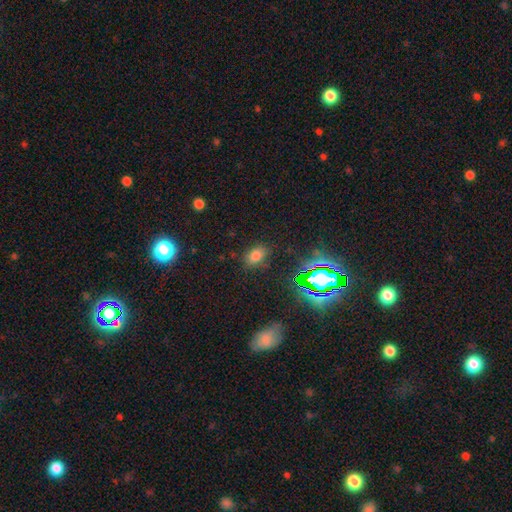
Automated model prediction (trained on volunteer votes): Smooth or featured: smooth — 69% (star or artifact — 23%)
How rounded: in between — 77% (round — 22%)
Merging: none — 81% (minor disturbance — 13%)